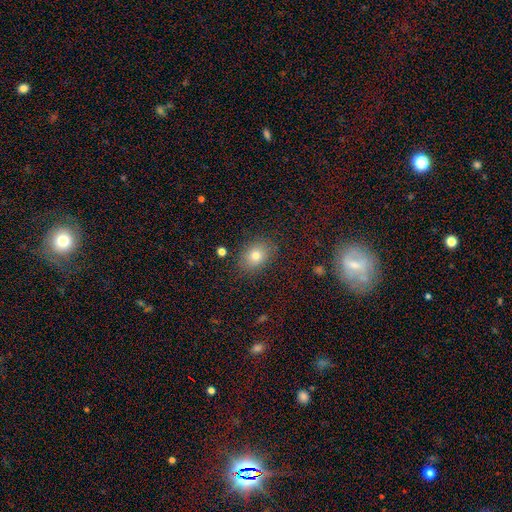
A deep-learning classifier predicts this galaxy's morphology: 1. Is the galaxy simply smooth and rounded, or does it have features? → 77% smooth, 13% star or artifact, 11% featured or disk.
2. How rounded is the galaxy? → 66% in between, 33% round, 1% cigar-shaped.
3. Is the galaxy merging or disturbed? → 85% none, 10% minor disturbance, 3% major disturbance, 2% merger.